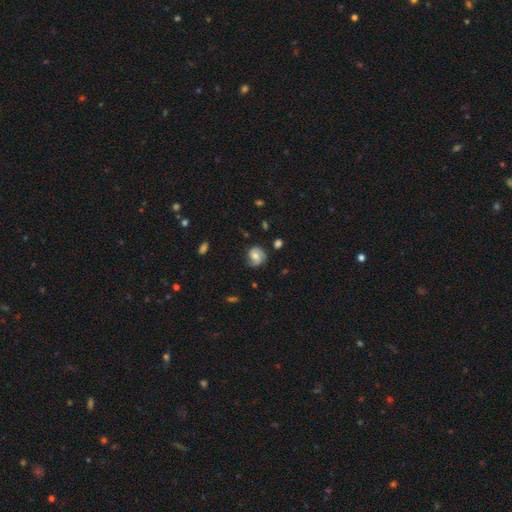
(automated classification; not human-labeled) The model was most divided on "spiral winding": medium: 41%, tight: 37%, loose: 22%. More confident: edge-on disk — no (97%); spiral arms — yes (89%); merging — none (68%); spiral arm count — 2 (62%); bulge size — moderate (61%); bar — no (60%); smooth or featured — featured or disk (58%).